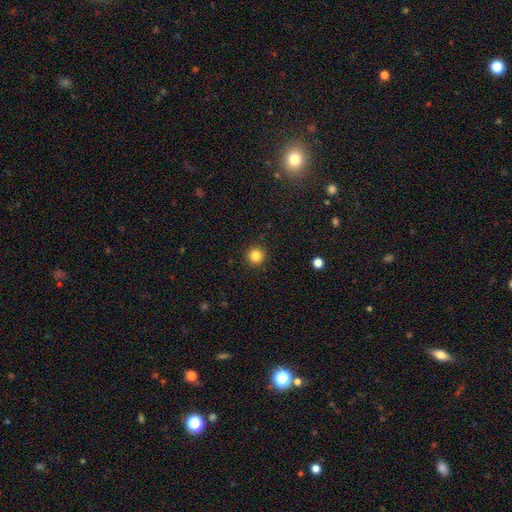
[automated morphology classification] Smooth or featured? smooth (84%)
How rounded? round (96%)
Merging? none (92%)